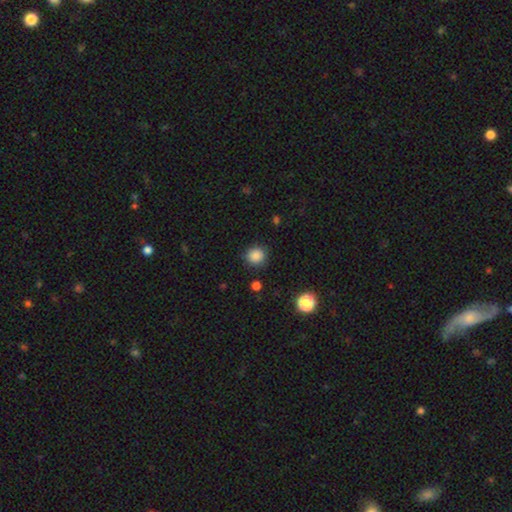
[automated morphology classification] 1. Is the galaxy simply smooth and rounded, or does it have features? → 85% smooth, 11% star or artifact, 3% featured or disk.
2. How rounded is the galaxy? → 90% round, 9% in between, 1% cigar-shaped.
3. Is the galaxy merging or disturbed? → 87% none, 9% minor disturbance, 3% major disturbance, 2% merger.